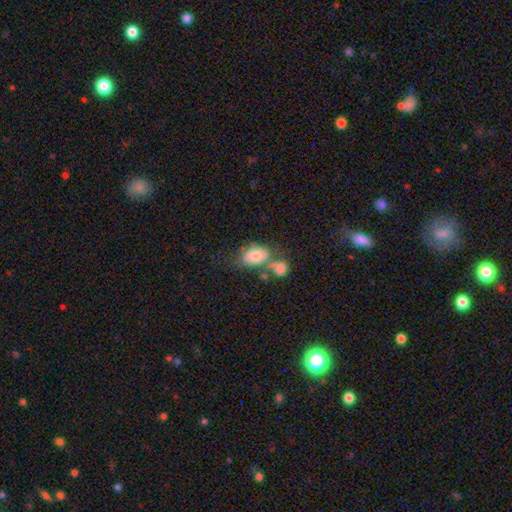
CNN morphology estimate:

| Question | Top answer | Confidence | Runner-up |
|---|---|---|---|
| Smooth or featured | smooth | 76% | featured or disk (16%) |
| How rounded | in between | 87% | round (11%) |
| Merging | merger | 39% | none (36%) |